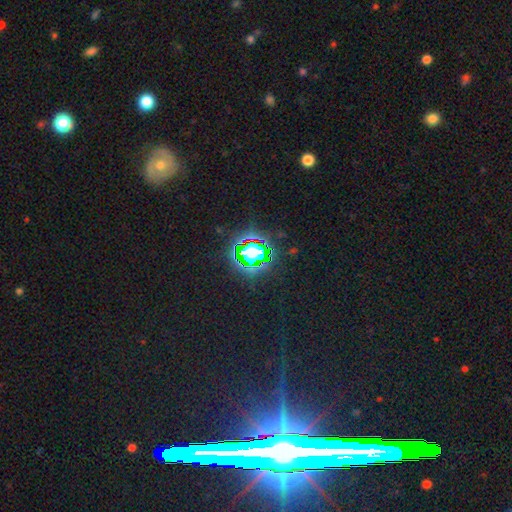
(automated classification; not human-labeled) This is likely a star or artifact rather than a galaxy (79%).